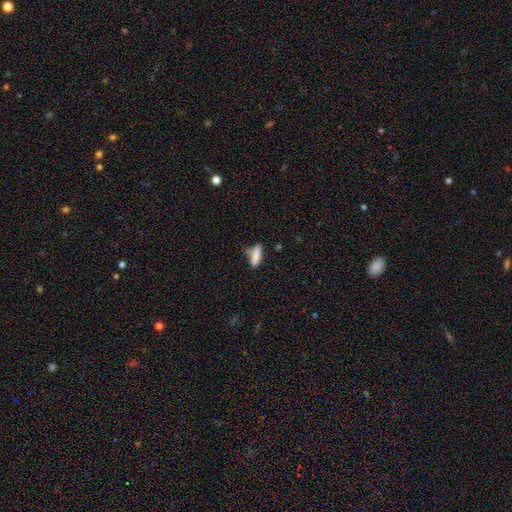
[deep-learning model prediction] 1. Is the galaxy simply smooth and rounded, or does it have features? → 82% smooth, 11% featured or disk, 8% star or artifact.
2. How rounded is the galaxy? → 61% cigar-shaped, 37% in between, 2% round.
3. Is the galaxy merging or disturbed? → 62% none, 24% minor disturbance, 7% merger, 7% major disturbance.